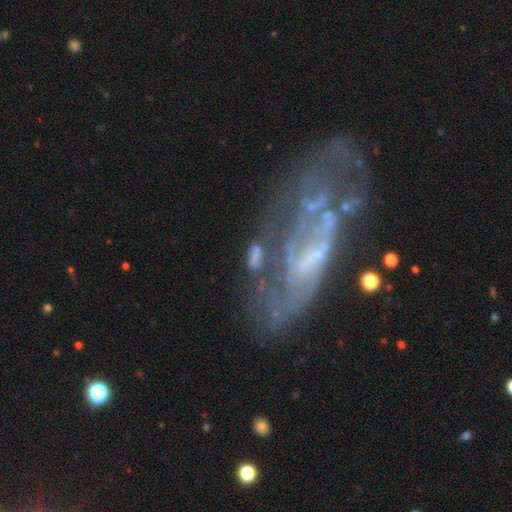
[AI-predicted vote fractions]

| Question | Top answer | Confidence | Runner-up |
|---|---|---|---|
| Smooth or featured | featured or disk | 48% | smooth (37%) |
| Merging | none | 44% | minor disturbance (21%) |